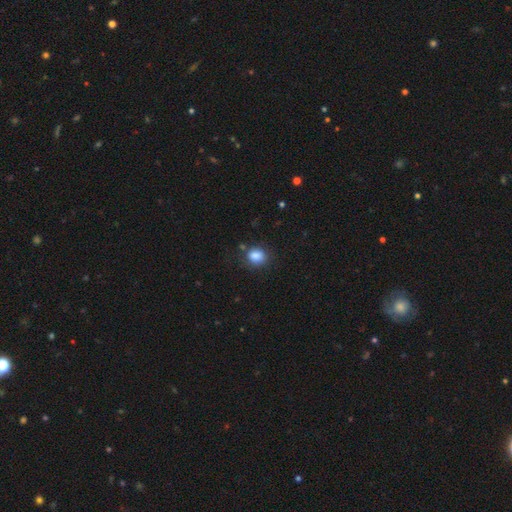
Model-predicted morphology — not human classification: Q: Smooth or featured?
A: smooth (86%); runner-up: star or artifact (10%)
Q: How rounded?
A: round (63%); runner-up: in between (36%)
Q: Merging?
A: none (77%); runner-up: minor disturbance (15%)